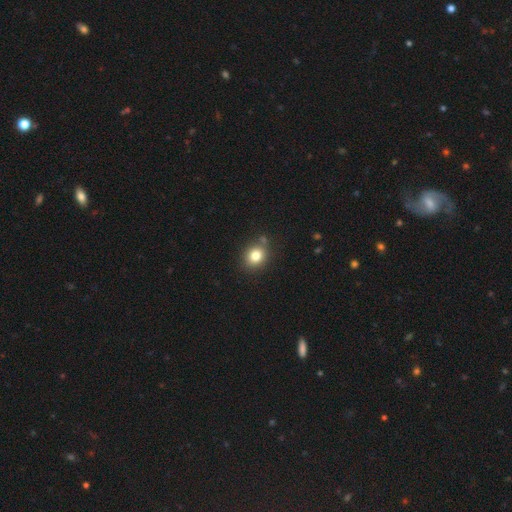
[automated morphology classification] Smooth or featured: smooth — 81% (star or artifact — 11%)
How rounded: round — 67% (in between — 32%)
Merging: none — 79% (minor disturbance — 12%)